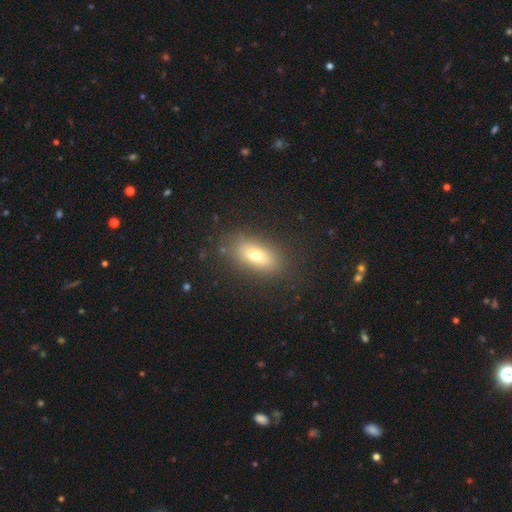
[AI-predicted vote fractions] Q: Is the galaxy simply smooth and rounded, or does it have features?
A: smooth — 70%.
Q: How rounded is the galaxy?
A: in between — 82%.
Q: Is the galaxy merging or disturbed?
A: none — 85%.